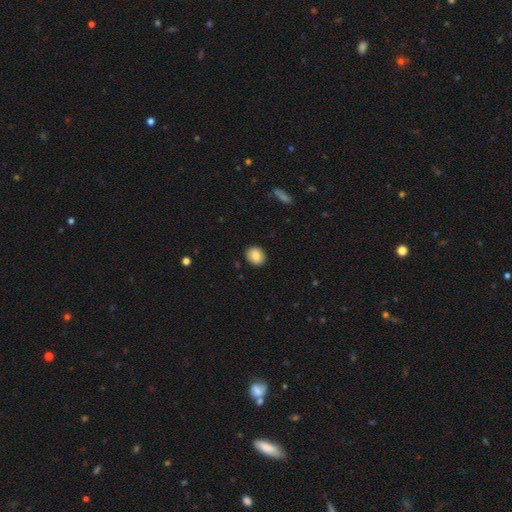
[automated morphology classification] type=smooth (84%); roundness=round (75%); merging=none (90%).